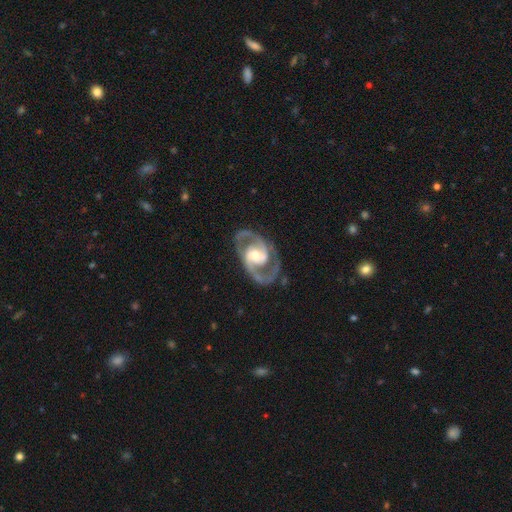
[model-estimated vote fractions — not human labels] Smooth or featured? featured or disk (91%)
Edge-on disk? no (97%)
Bar? weak (41%)
Spiral arms? yes (96%)
Spiral winding? medium (60%)
Spiral arm count? 2 (91%)
Bulge size? moderate (63%)
Merging? none (81%)